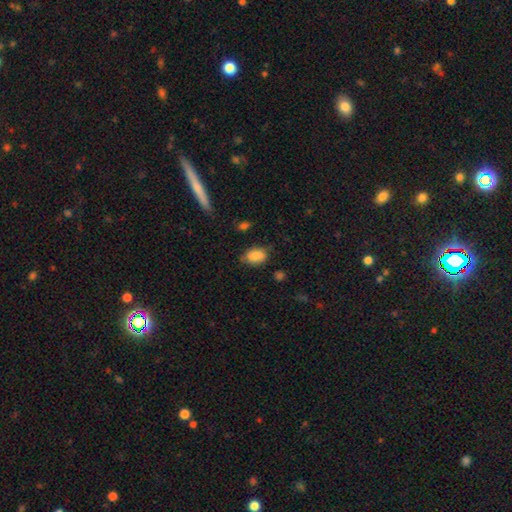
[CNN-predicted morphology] Smooth or featured? smooth (85%)
How rounded? in between (83%)
Merging? none (71%)